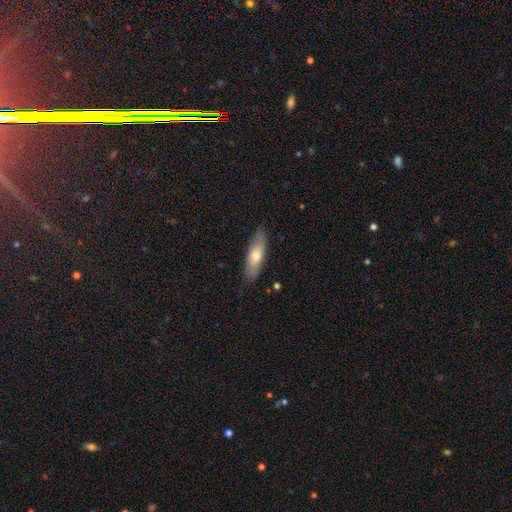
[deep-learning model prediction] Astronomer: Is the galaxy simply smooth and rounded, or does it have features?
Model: smooth — 62%.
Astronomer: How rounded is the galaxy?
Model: cigar-shaped — 49%, tied with in between at 49%.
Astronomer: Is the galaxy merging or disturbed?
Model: none — 82%.